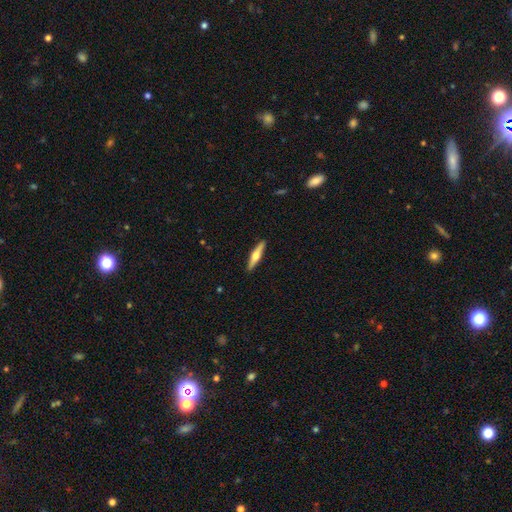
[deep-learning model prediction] Smooth or featured? featured or disk (60%)
Edge-on disk? yes (96%)
Edge-on bulge? rounded (93%)
Merging? none (91%)